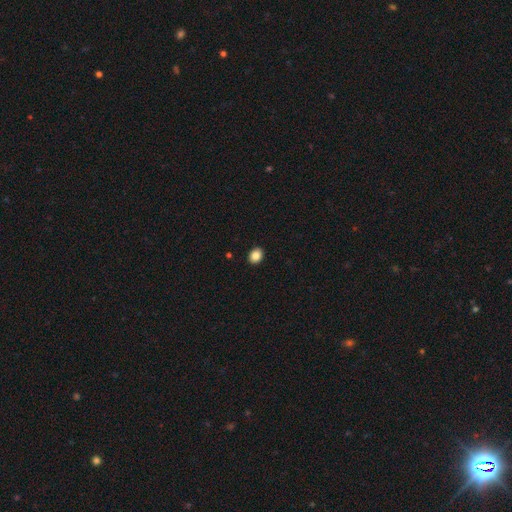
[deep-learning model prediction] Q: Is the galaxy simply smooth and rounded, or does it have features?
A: smooth — 86%.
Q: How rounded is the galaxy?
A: in between — 54%.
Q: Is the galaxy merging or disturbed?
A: none — 91%.